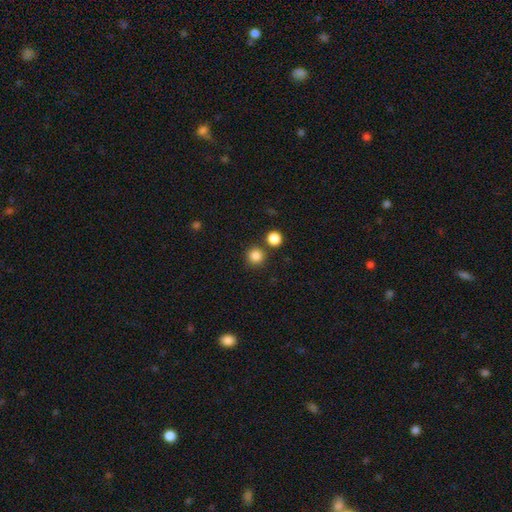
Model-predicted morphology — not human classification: A smooth galaxy with no disk features (85%) that is round (95%).

Vote fractions:
- Smooth or featured? smooth: 85% / star or artifact: 12% / featured or disk: 4%
- How rounded? round: 95% / in between: 4% / cigar-shaped: 1%
- Merging? none: 83% / merger: 8% / minor disturbance: 6% / major disturbance: 2%